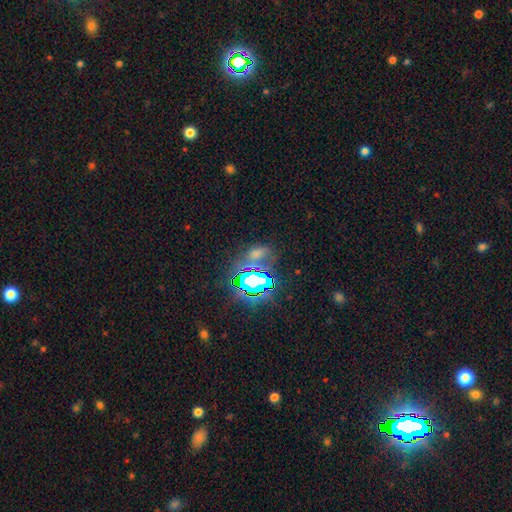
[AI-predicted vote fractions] A star or artifact, not a galaxy (52%).